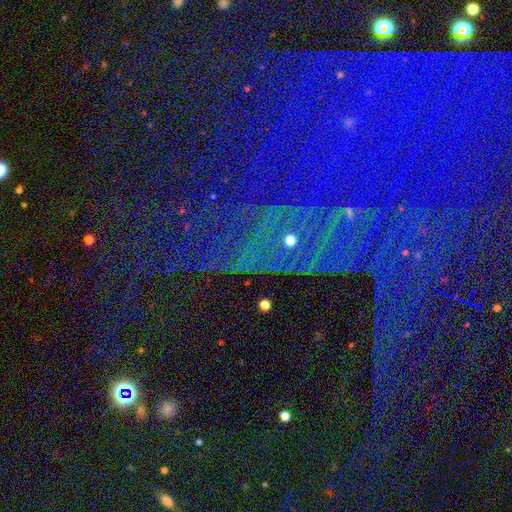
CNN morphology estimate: star or artifact 77%, featured or disk 12%, smooth 11%.